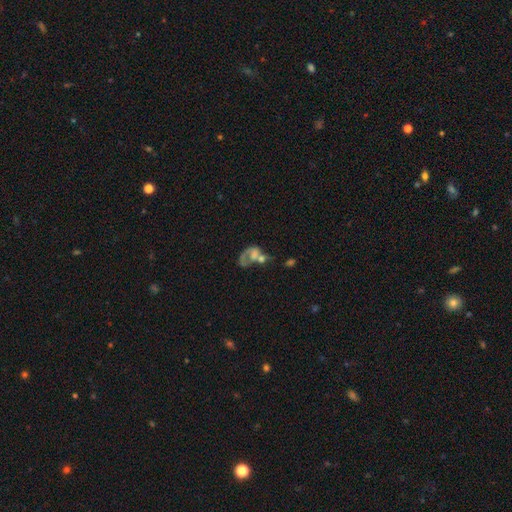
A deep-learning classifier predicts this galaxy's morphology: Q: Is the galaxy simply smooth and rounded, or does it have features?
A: featured or disk — 52%.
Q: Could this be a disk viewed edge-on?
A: no — 97%.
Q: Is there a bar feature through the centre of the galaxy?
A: no — 80%.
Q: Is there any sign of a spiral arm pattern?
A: no — 58%.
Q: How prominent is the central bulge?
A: none — 44%.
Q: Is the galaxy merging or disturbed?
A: merger — 46%.